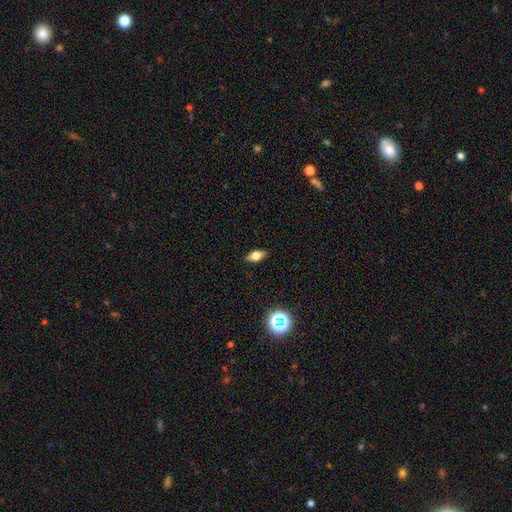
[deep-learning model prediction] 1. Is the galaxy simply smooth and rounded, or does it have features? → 68% smooth, 20% featured or disk, 11% star or artifact.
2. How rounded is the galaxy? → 84% in between, 9% cigar-shaped, 7% round.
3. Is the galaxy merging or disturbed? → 89% none, 8% minor disturbance, 2% major disturbance, 1% merger.